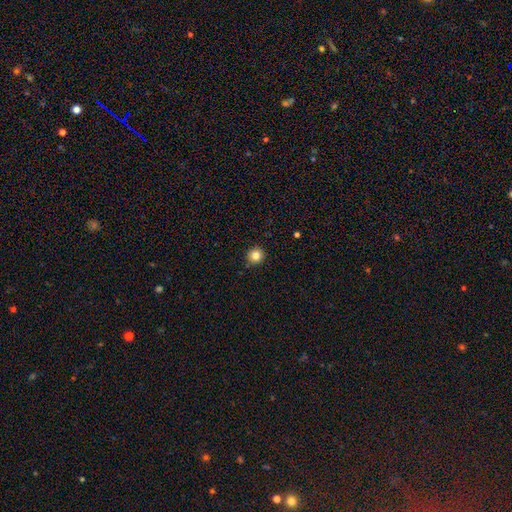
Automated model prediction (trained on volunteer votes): Q: Smooth or featured?
A: smooth (82%); runner-up: star or artifact (12%)
Q: How rounded?
A: round (94%); runner-up: in between (5%)
Q: Merging?
A: none (91%); runner-up: minor disturbance (6%)